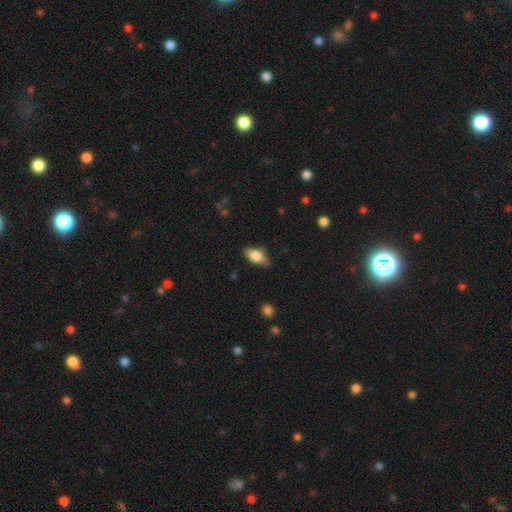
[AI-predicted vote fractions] Smooth or featured? Predicted: smooth (p=0.70). How rounded? Predicted: in between (p=0.85). Merging? Predicted: none (p=0.66).